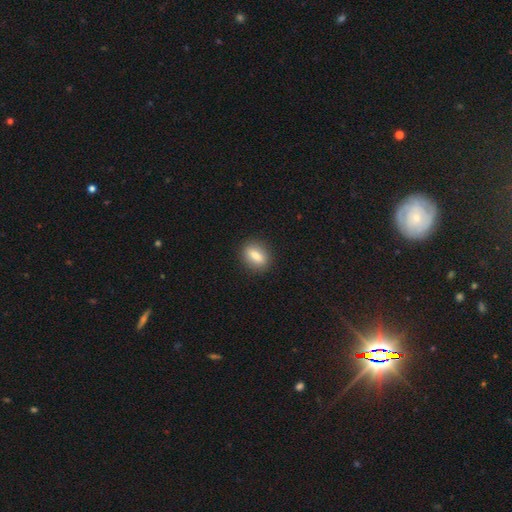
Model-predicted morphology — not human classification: A smooth galaxy with no disk features (79%) that is in between round and cigar-shaped (69%). Merging: none (88%).